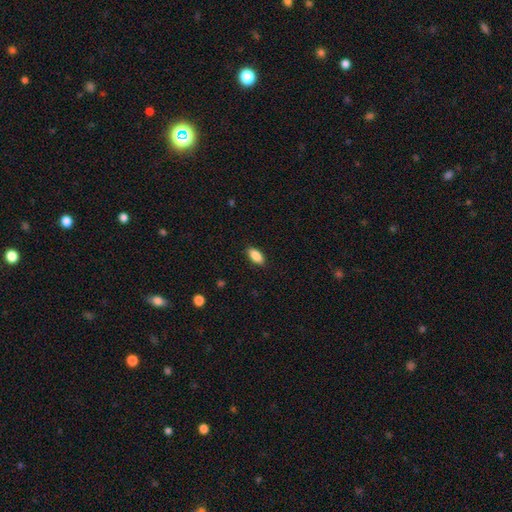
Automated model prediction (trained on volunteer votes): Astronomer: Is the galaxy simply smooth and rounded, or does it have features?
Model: smooth — 88%.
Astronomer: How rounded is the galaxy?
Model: in between — 90%.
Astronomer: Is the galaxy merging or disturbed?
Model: none — 89%.